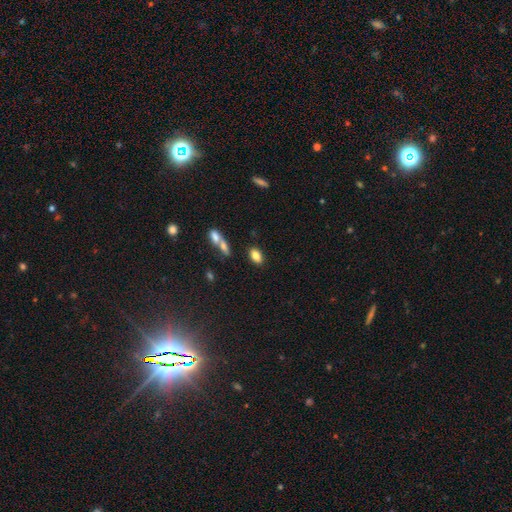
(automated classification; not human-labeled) Smooth or featured? smooth (82%)
How rounded? in between (88%)
Merging? none (81%)